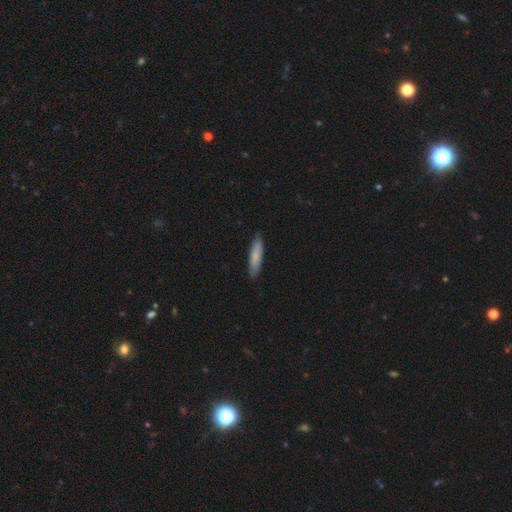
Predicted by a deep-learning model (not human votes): This appears to be a smooth galaxy with no disk features (78%) that is cigar-shaped (75%). Merging: none (87%).